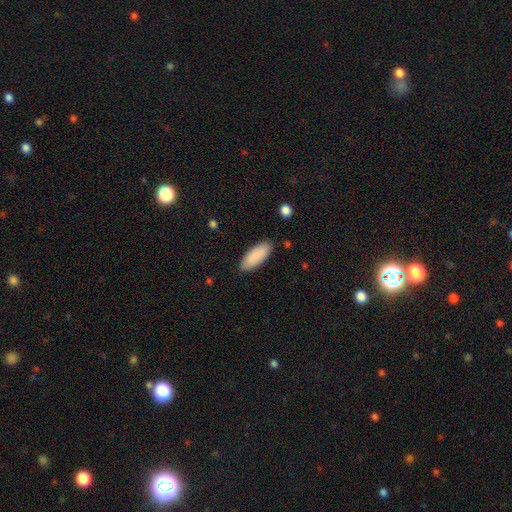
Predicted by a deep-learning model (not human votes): A smooth galaxy with no disk features (89%) that is in between round and cigar-shaped (79%).

Vote fractions:
- Smooth or featured? smooth: 89% / star or artifact: 6% / featured or disk: 5%
- How rounded? in between: 79% / cigar-shaped: 19% / round: 1%
- Merging? none: 86% / minor disturbance: 11% / major disturbance: 2% / merger: 1%